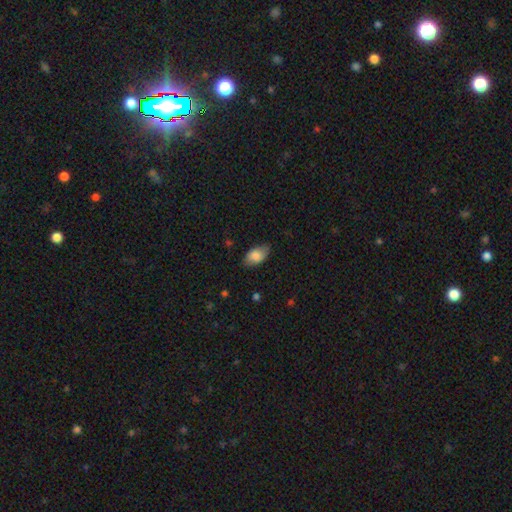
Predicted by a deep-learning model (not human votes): Smooth or featured: smooth — 81% (featured or disk — 12%)
How rounded: in between — 92% (round — 5%)
Merging: none — 77% (minor disturbance — 18%)